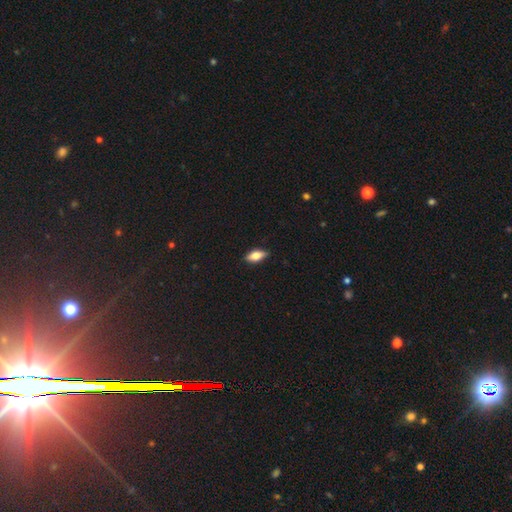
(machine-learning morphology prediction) A smooth galaxy with no disk features (66%) that is in between round and cigar-shaped (80%). Merging: none (87%).